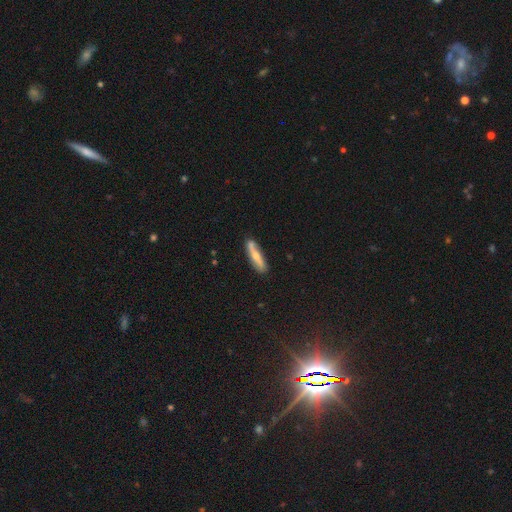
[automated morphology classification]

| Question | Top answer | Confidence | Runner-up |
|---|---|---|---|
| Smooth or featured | smooth | 48% | featured or disk (46%) |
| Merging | none | 76% | minor disturbance (15%) |